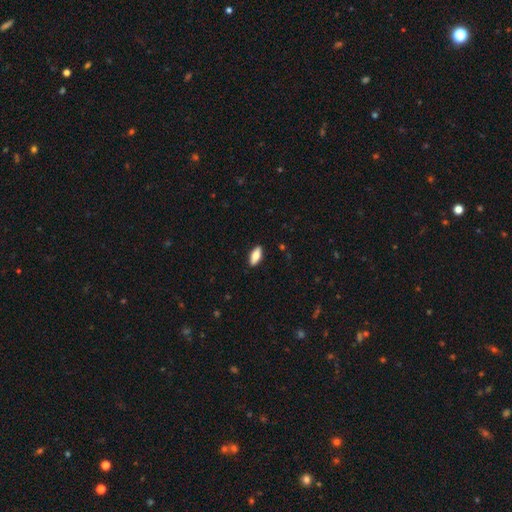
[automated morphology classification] A smooth galaxy with no disk features (76%) that is in between round and cigar-shaped (78%). Merging: none (89%).